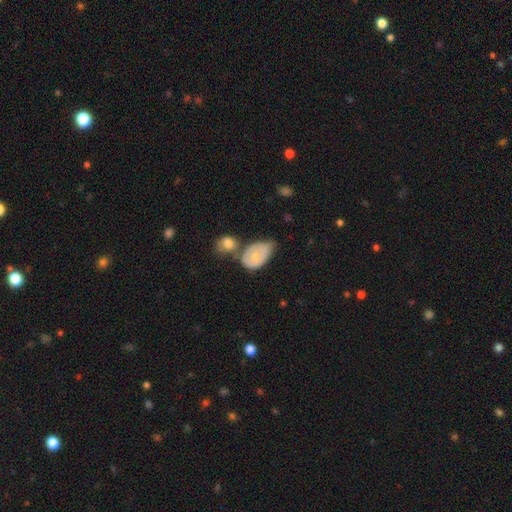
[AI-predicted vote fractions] A smooth galaxy with no disk features (57%) that is in between round and cigar-shaped (80%).

Vote fractions:
- Smooth or featured? smooth: 57% / featured or disk: 37% / star or artifact: 6%
- How rounded? in between: 80% / round: 19% / cigar-shaped: 2%
- Merging? merger: 30% / minor disturbance: 28% / none: 27% / major disturbance: 15%